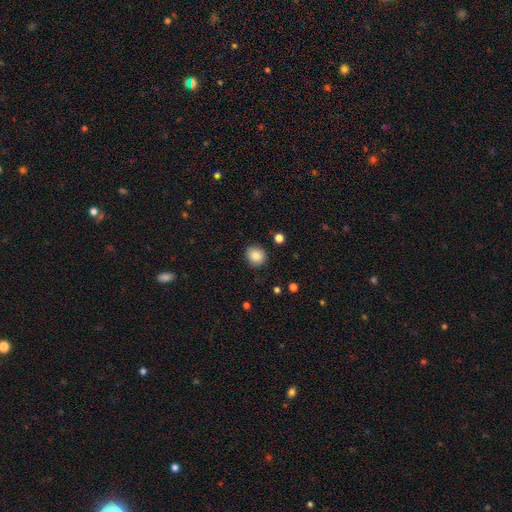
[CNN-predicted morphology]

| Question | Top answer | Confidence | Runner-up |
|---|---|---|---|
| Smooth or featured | smooth | 88% | star or artifact (9%) |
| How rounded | round | 80% | in between (19%) |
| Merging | none | 87% | minor disturbance (9%) |